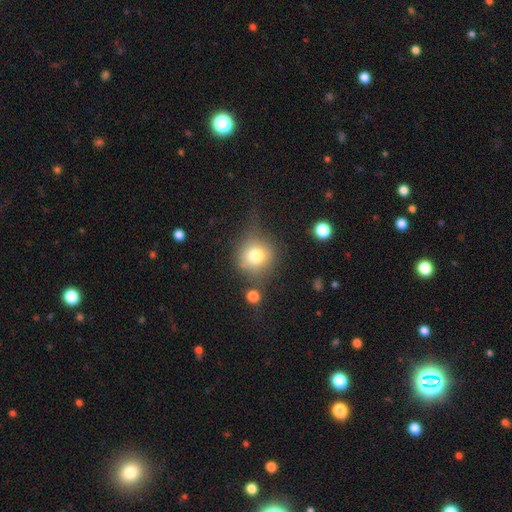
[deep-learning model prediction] Overall: smooth (74%). How rounded: round (85%). Merging: none (54%; minor disturbance 24%).